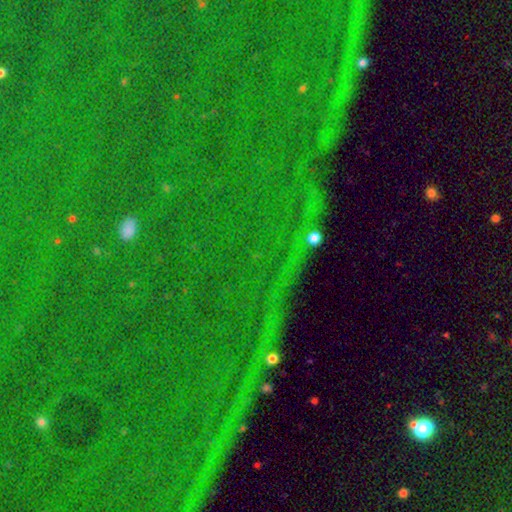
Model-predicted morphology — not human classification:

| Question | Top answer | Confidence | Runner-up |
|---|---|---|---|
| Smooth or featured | star or artifact | 79% | smooth (12%) |